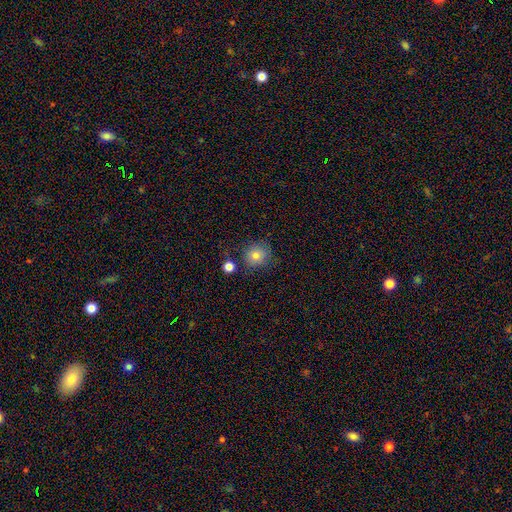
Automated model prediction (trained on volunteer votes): Morphology: type=smooth (79%); roundness=round (87%); merging=none (76%).